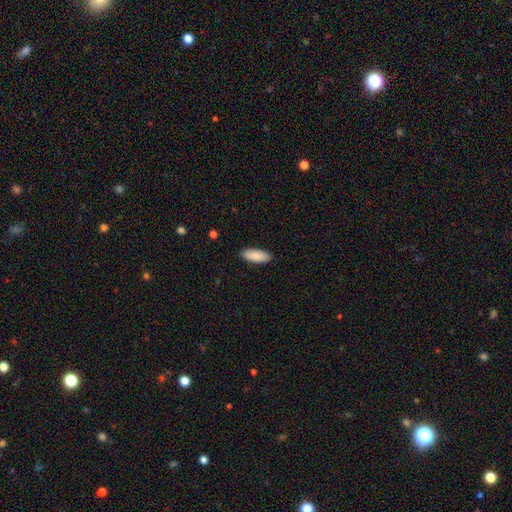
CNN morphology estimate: smooth_or_featured: smooth (p=0.89) [alt: star or artifact p=0.06]
how_rounded: in between (p=0.76) [alt: cigar-shaped p=0.23]
merging: none (p=0.89) [alt: minor disturbance p=0.08]